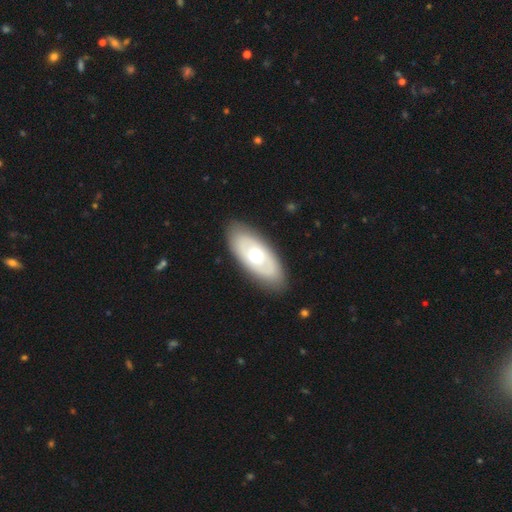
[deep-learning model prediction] Q: Smooth or featured?
A: featured or disk (49%); runner-up: smooth (46%)
Q: Merging?
A: none (86%); runner-up: minor disturbance (10%)